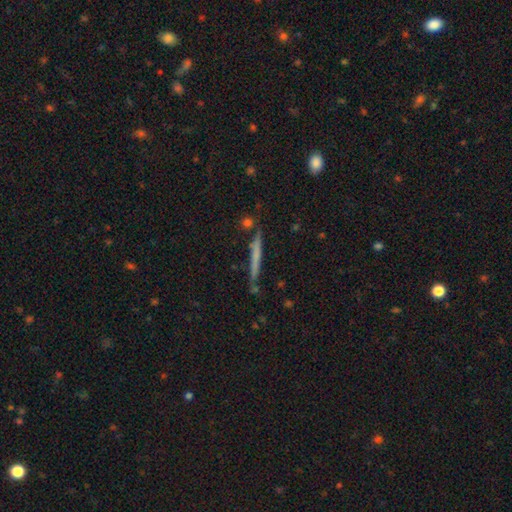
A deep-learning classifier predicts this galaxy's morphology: Overall: smooth (50%; featured or disk 43%). Merging: none (83%).